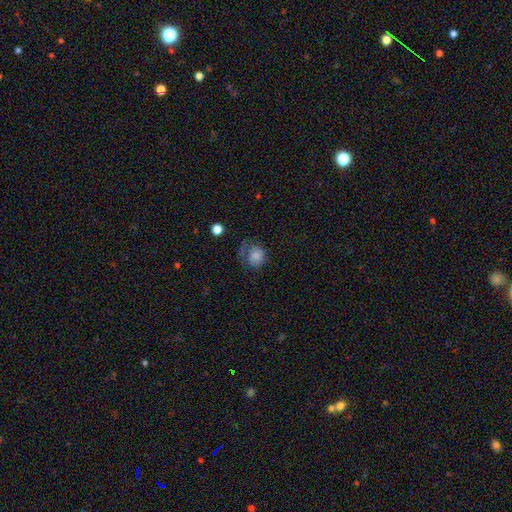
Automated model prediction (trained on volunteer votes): This appears to be a smooth galaxy with no disk features (76%) that is round (74%). Merging: none (46%).